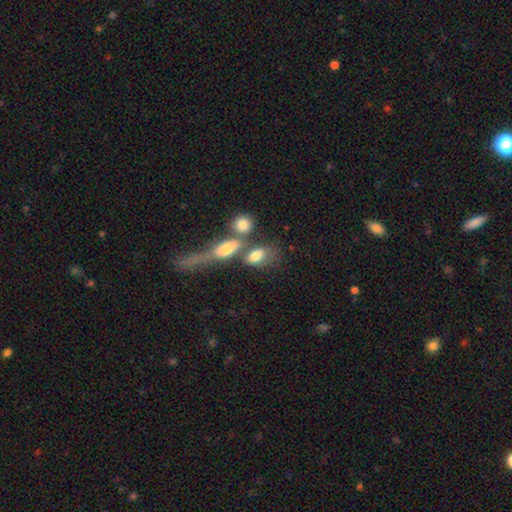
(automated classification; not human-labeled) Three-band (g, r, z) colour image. It shows a smooth galaxy with no disk features (73%) that is in between round and cigar-shaped (78%). Merging: merger (47%).